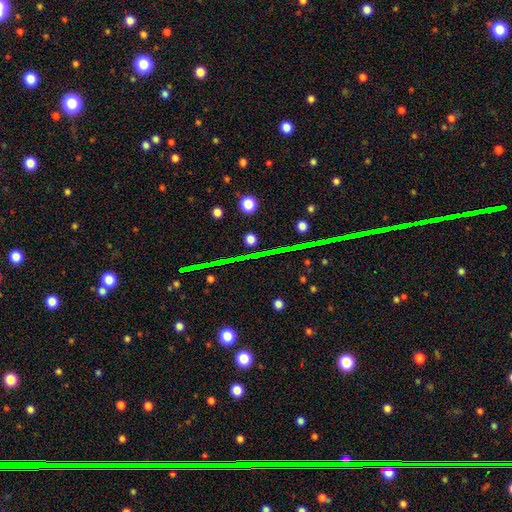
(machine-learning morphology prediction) Smooth or featured: star or artifact — 64% (smooth — 21%)